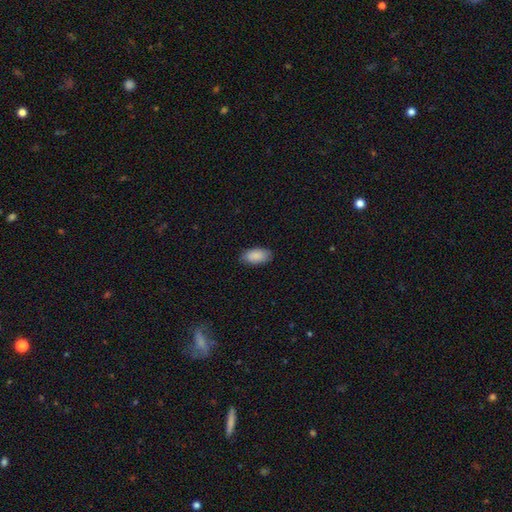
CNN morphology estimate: Smooth or featured? Predicted: smooth (p=0.90). How rounded? Predicted: in between (p=0.94). Merging? Predicted: none (p=0.85).